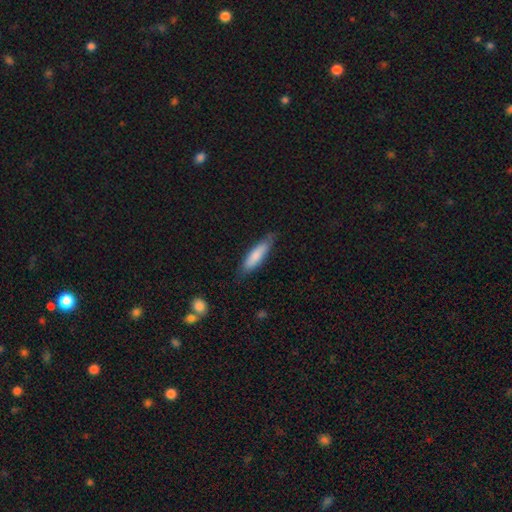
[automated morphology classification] This appears to be a smooth galaxy with no disk features (80%) that is cigar-shaped (69%). Merging: none (76%).